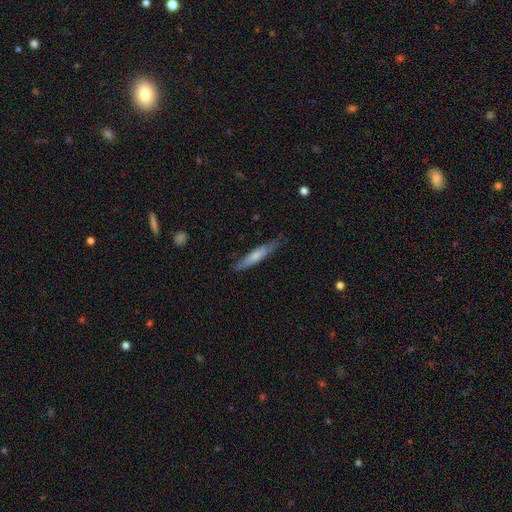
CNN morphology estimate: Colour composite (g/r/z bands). It shows a smooth galaxy with no disk features (68%) that is cigar-shaped (89%). Merging: none (80%).